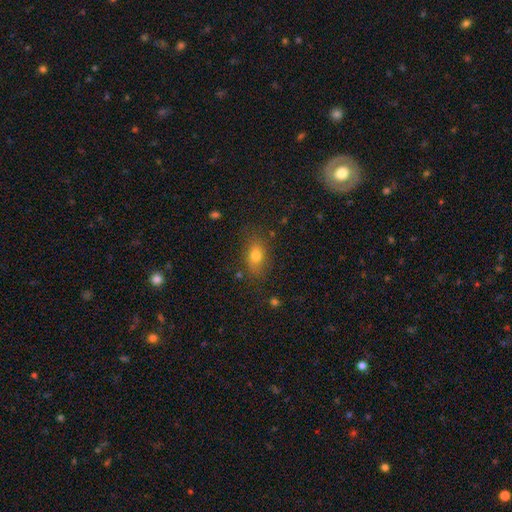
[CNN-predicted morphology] Q: Smooth or featured?
A: smooth (73%); runner-up: featured or disk (14%)
Q: How rounded?
A: in between (79%); runner-up: round (15%)
Q: Merging?
A: none (79%); runner-up: minor disturbance (14%)